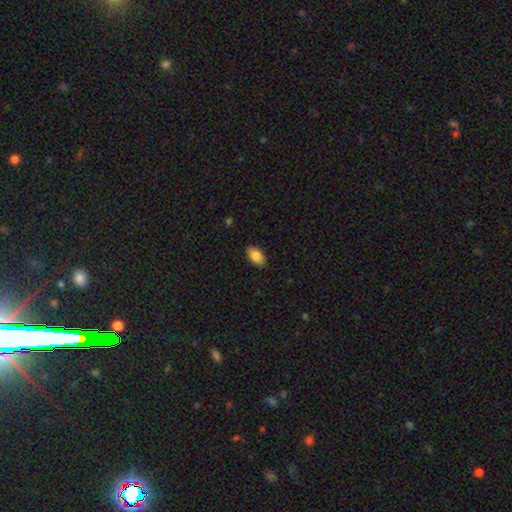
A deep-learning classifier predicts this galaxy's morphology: Overall: smooth (86%). How rounded: in between (93%). Merging: none (89%).